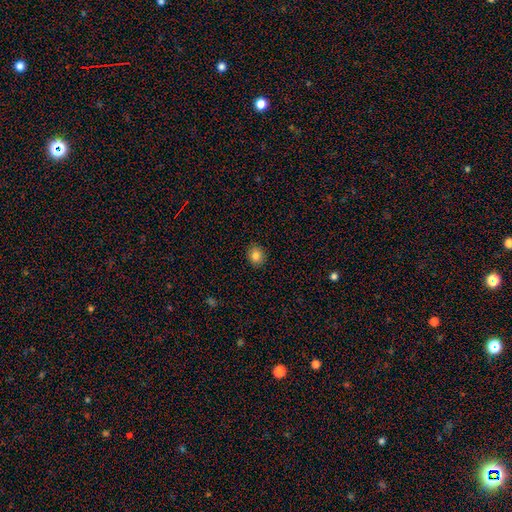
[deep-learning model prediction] smooth-or-featured: smooth: 82% | star or artifact: 11% | featured or disk: 7%
  how-rounded: round: 74% | in between: 25% | cigar-shaped: 1%
  merging: none: 91% | minor disturbance: 7% | major disturbance: 2% | merger: 1%